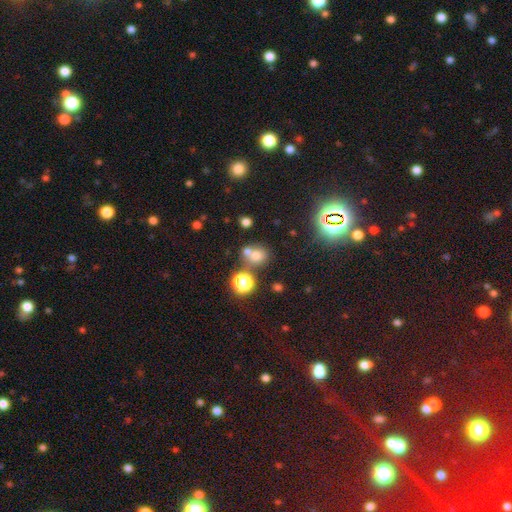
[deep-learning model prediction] Smooth or featured? Predicted: smooth (p=0.67). How rounded? Predicted: round (p=0.70). Merging? Predicted: none (p=0.50).